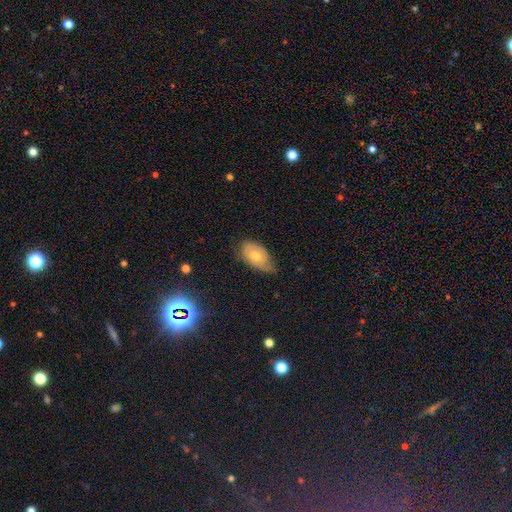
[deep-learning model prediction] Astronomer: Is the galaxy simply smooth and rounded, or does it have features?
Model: smooth — 53% (runner-up: featured or disk, 34%).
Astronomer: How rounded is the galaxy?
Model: in between — 89%.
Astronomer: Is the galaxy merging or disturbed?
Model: none — 49% (runner-up: minor disturbance, 41%).